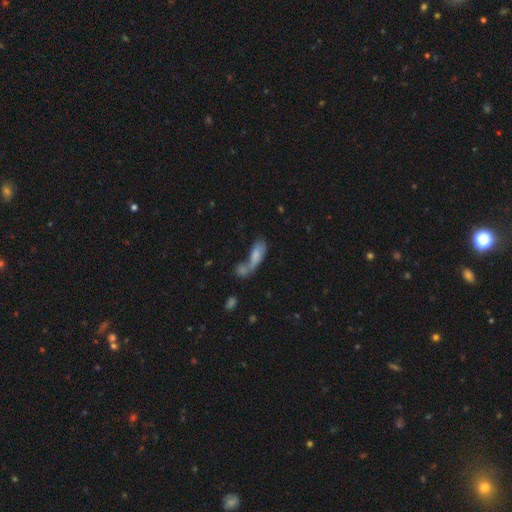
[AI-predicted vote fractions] This is likely a smooth galaxy (70%). How rounded: likely in between (71%). Merging: possibly merger (59%).